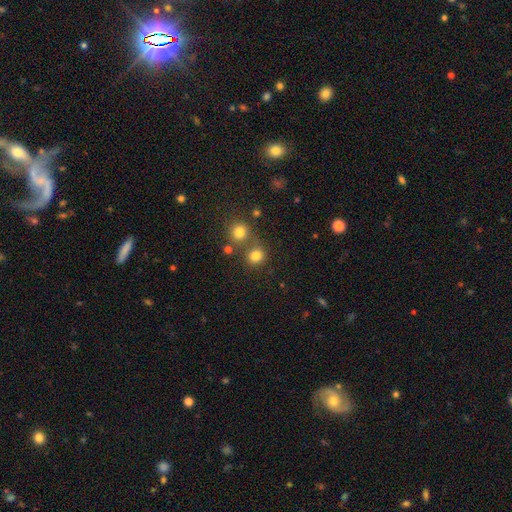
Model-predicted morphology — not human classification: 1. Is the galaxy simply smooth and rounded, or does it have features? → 79% smooth, 15% star or artifact, 6% featured or disk.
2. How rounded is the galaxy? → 86% round, 13% in between, 1% cigar-shaped.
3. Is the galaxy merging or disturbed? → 66% none, 22% merger, 9% minor disturbance, 4% major disturbance.